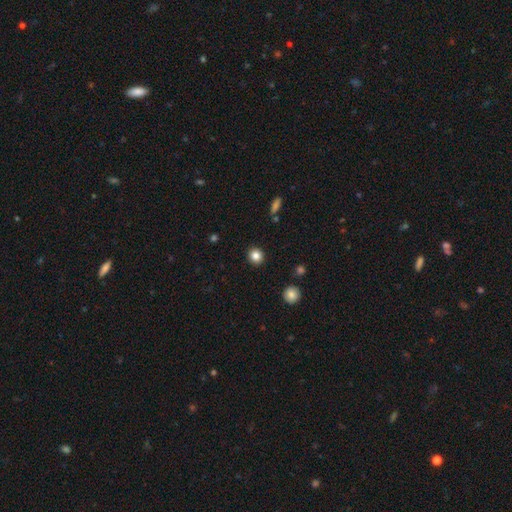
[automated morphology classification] type=smooth (83%); roundness=round (88%); merging=none (91%).